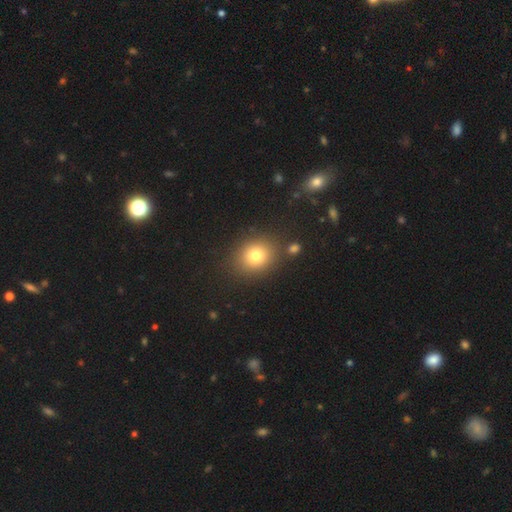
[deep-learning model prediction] Smooth or featured: smooth — 78% (star or artifact — 13%)
How rounded: round — 69% (in between — 30%)
Merging: none — 83% (minor disturbance — 9%)